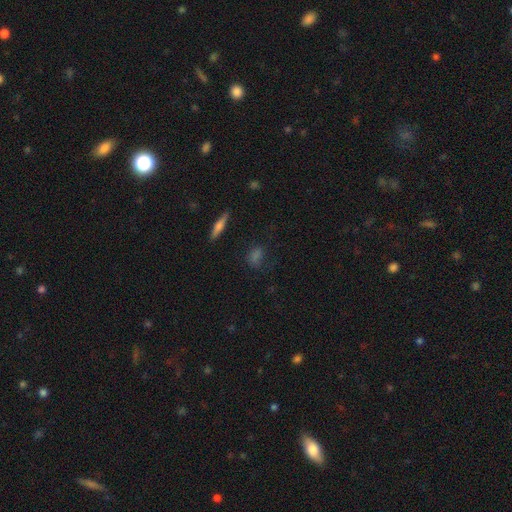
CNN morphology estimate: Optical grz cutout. It shows a smooth galaxy with no disk features (60%) that is in between round and cigar-shaped (53%). Merging: none (71%).